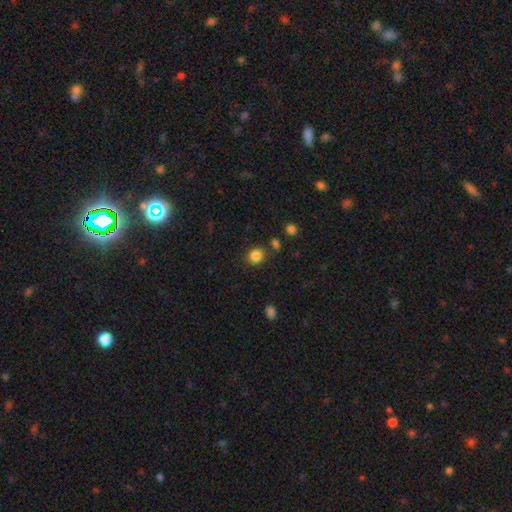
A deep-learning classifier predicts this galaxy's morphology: smooth 84%, star or artifact 12%, featured or disk 4%. Down the decision tree: how rounded — round (85%); merging — none (82%).